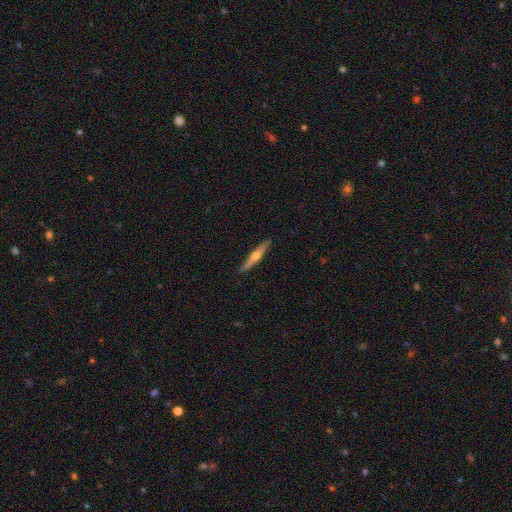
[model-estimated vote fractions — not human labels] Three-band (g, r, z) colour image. It shows a featured or disk galaxy (64%) viewed edge-on (97%) with a rounded central bulge (89%). Merging: none (90%).